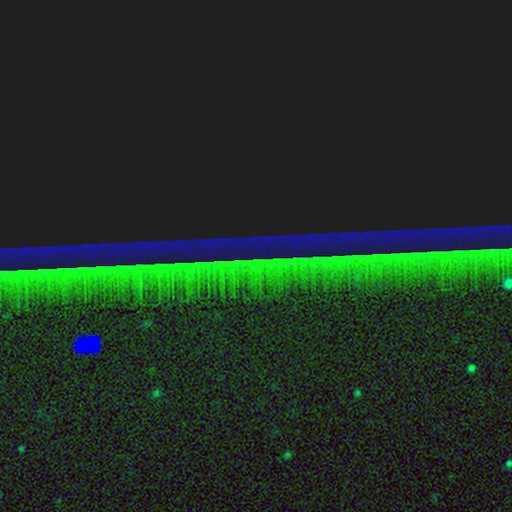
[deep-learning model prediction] Smooth or featured: star or artifact — 90% (featured or disk — 6%)